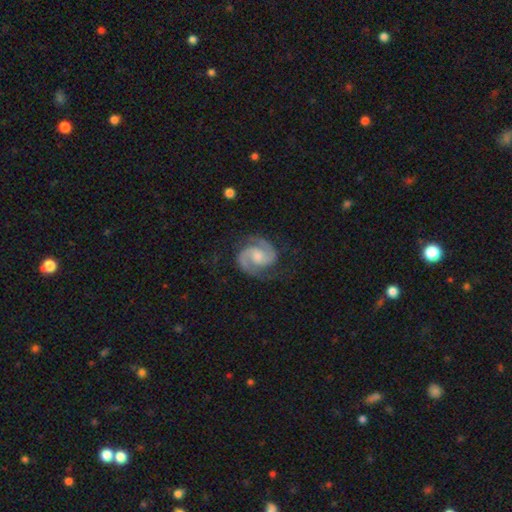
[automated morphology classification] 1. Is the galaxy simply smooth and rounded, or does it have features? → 92% featured or disk, 4% smooth, 4% star or artifact.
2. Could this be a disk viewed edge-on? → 98% no, 2% yes.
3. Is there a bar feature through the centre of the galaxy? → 50% no, 40% weak, 10% strong.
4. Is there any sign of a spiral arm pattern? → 98% yes, 2% no.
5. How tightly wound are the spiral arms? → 53% medium, 37% tight, 9% loose.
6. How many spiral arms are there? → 94% 2, 2% can't tell, 1% 1, 1% 3, 1% 4, 1% more than 4.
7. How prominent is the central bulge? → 50% moderate, 29% small, 13% none, 7% large, 1% dominant.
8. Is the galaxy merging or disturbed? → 79% none, 15% minor disturbance, 5% major disturbance, 1% merger.